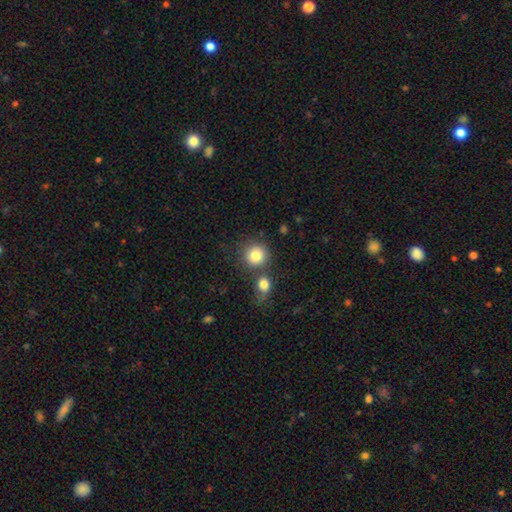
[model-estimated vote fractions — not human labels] Smooth or featured?
  - smooth: 83% *
  - star or artifact: 10%
  - featured or disk: 7%
How rounded?
  - round: 90% *
  - in between: 9%
  - cigar-shaped: 1%
Merging?
  - none: 68% *
  - merger: 20%
  - minor disturbance: 8%
  - major disturbance: 4%